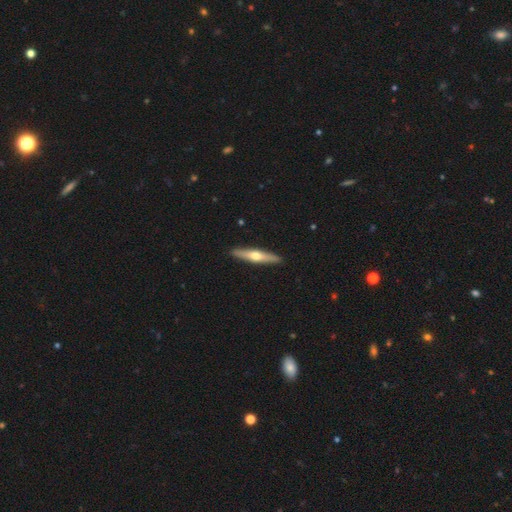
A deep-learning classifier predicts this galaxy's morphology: Smooth or featured? Predicted: featured or disk (p=0.52). Edge-on disk? Predicted: yes (p=0.93). Merging? Predicted: none (p=0.91).